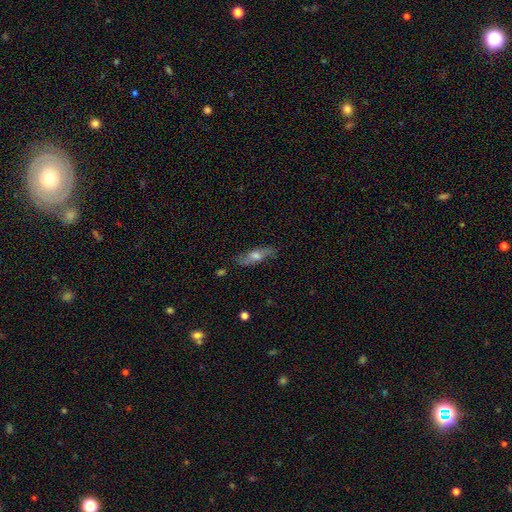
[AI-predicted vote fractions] smooth 51%, featured or disk 41%, star or artifact 7%. Down the decision tree: how rounded — cigar-shaped (51%); merging — none (78%).